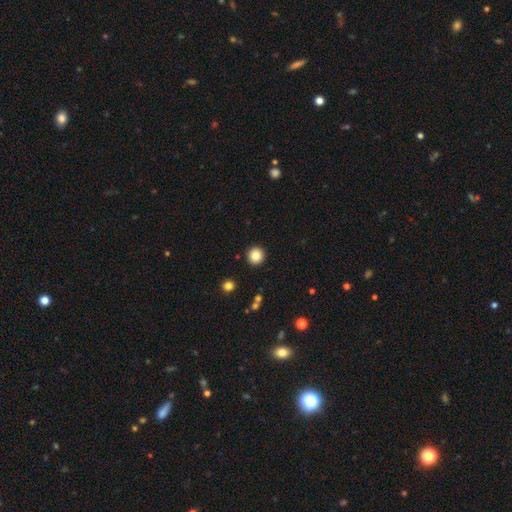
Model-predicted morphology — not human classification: Overall: smooth (83%). How rounded: round (95%). Merging: none (92%).